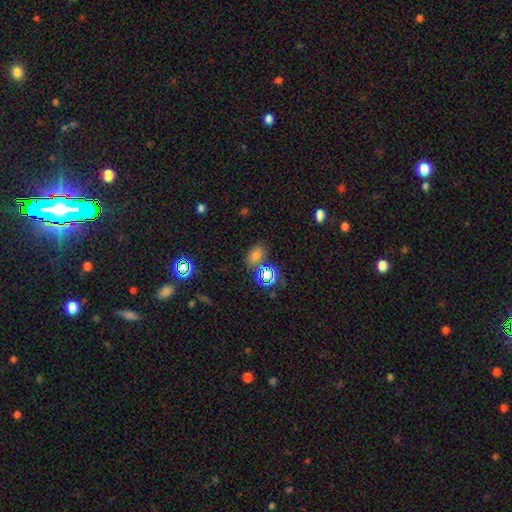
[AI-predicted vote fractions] This appears to be a smooth galaxy with no disk features (62%) that is in between round and cigar-shaped (70%). Merging: none (69%).